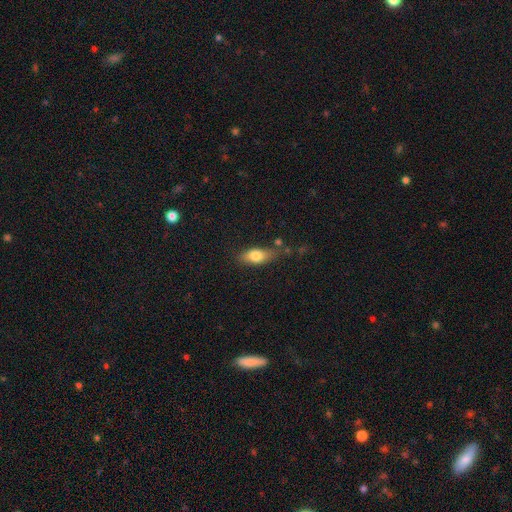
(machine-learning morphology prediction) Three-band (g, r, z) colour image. It shows a smooth galaxy with no disk features (74%) that is in between round and cigar-shaped (77%). Merging: none (66%).